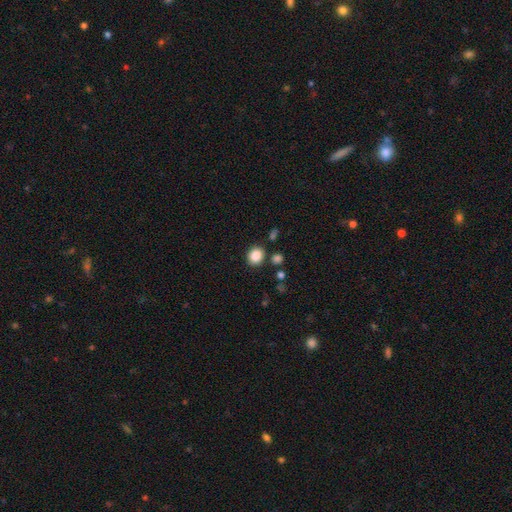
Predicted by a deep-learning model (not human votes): Smooth or featured? Predicted: smooth (p=0.86). How rounded? Predicted: round (p=0.70). Merging? Predicted: none (p=0.83).